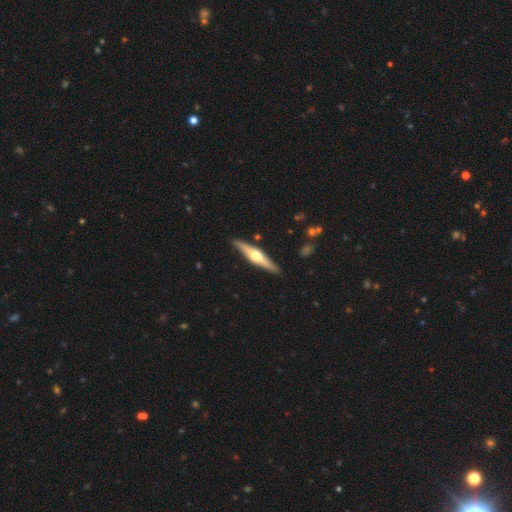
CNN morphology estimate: type=featured or disk (69%); edge-on=yes (96%); edge-on bulge=rounded (94%); merging=none (90%).